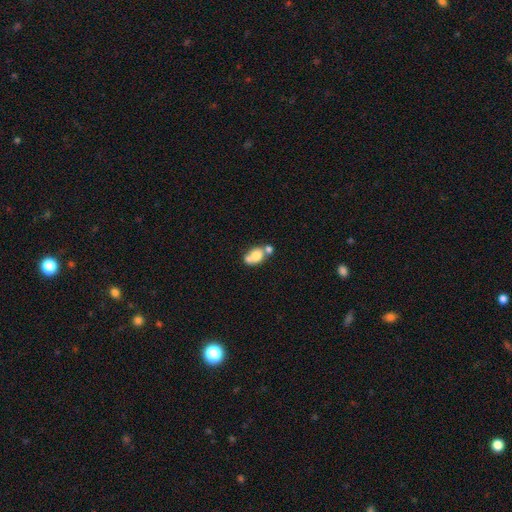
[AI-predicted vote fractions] smooth 67%, featured or disk 23%, star or artifact 9%. Down the decision tree: how rounded — in between (60%); merging — merger (51%).